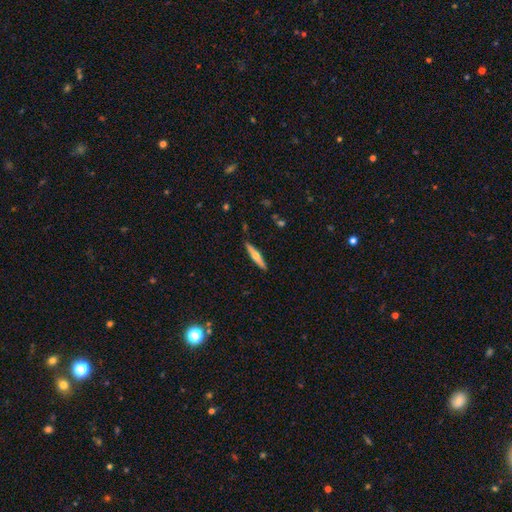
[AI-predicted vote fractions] smooth_or_featured: featured or disk (p=0.52) [alt: smooth p=0.43]
disk_edge_on: yes (p=0.94) [alt: no p=0.06]
merging: none (p=0.89) [alt: minor disturbance p=0.08]